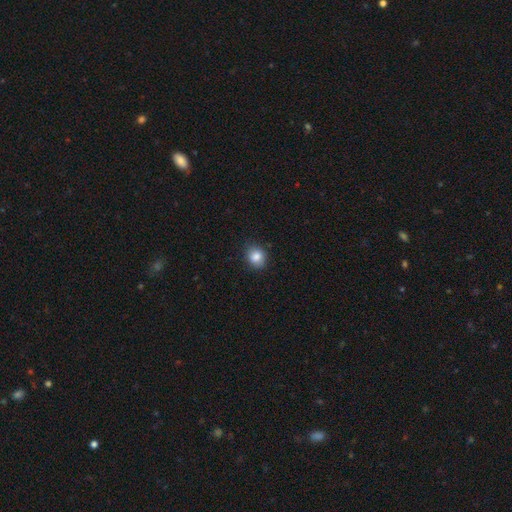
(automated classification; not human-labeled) Smooth or featured? Predicted: smooth (p=0.85). How rounded? Predicted: round (p=0.66). Merging? Predicted: none (p=0.84).